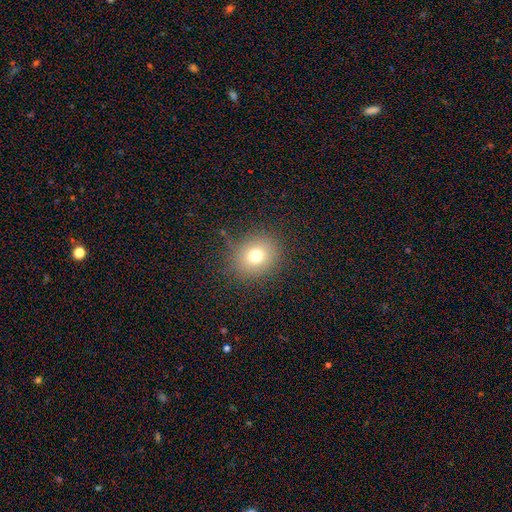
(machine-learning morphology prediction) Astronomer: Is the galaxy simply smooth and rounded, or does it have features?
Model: smooth — 73%.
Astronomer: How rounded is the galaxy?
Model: round — 79%.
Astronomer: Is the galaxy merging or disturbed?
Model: none — 84%.